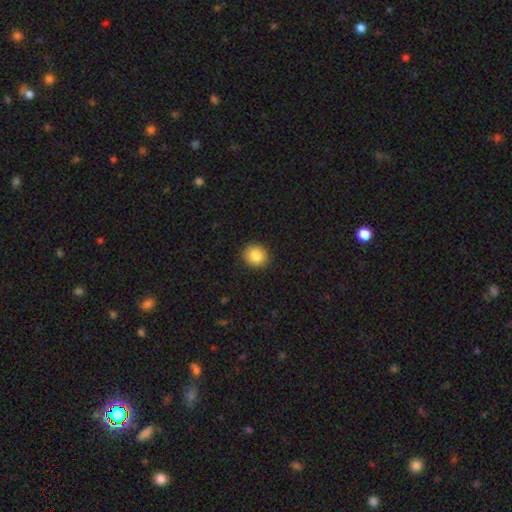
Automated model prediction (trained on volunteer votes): smooth-or-featured: smooth: 85% | star or artifact: 9% | featured or disk: 6%
  how-rounded: round: 80% | in between: 19% | cigar-shaped: 1%
  merging: none: 91% | minor disturbance: 6% | major disturbance: 2% | merger: 1%